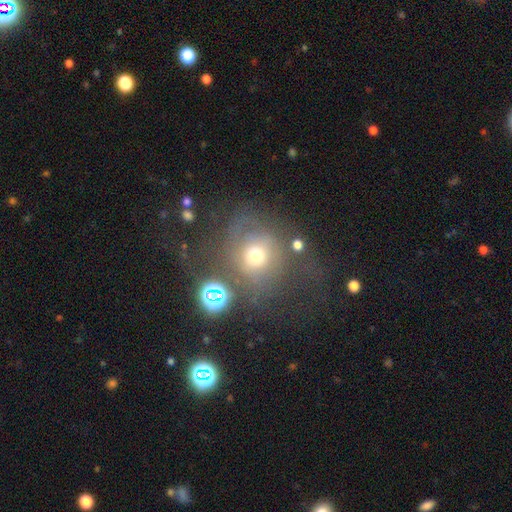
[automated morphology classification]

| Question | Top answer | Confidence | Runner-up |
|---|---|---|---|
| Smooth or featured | smooth | 50% | featured or disk (31%) |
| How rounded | round | 83% | in between (16%) |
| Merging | none | 48% | major disturbance (27%) |